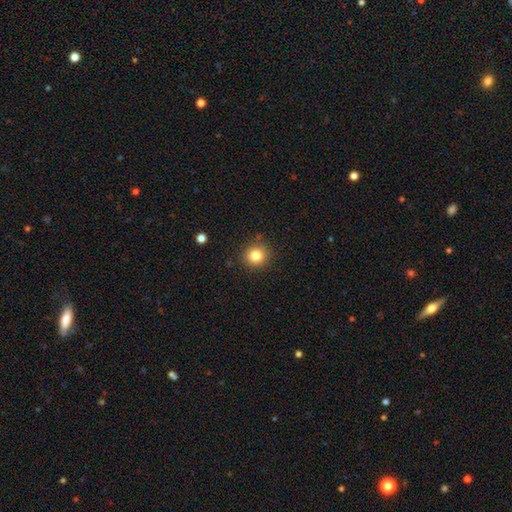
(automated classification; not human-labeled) Morphology: type=smooth (82%); roundness=round (92%); merging=none (89%).